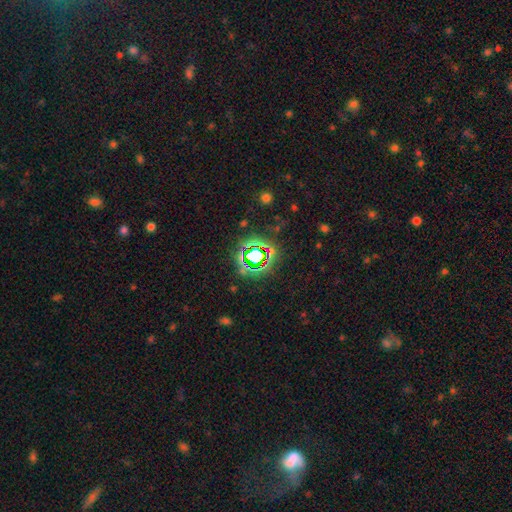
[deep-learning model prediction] This appears to be a star or artifact, not a galaxy (73%).